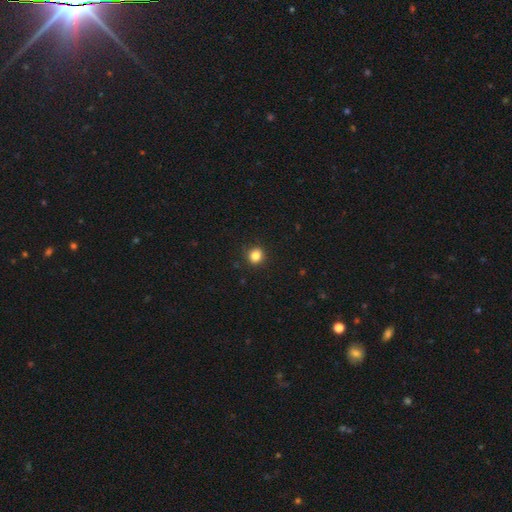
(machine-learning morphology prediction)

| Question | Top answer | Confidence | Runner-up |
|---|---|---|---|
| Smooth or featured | smooth | 84% | star or artifact (12%) |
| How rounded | round | 85% | in between (14%) |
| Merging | none | 91% | minor disturbance (7%) |